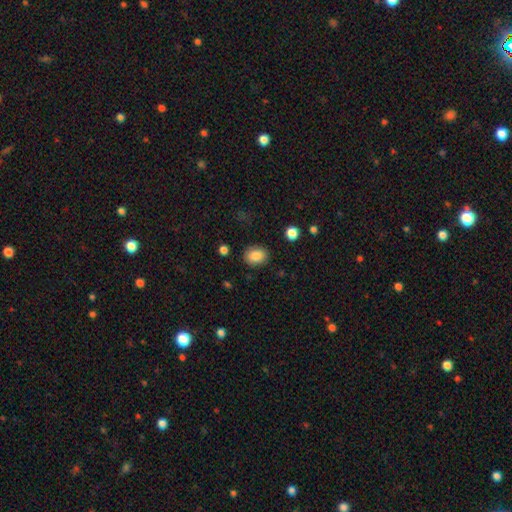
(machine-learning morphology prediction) smooth 86%, star or artifact 8%, featured or disk 5%. Down the decision tree: how rounded — in between (59%); merging — none (87%).